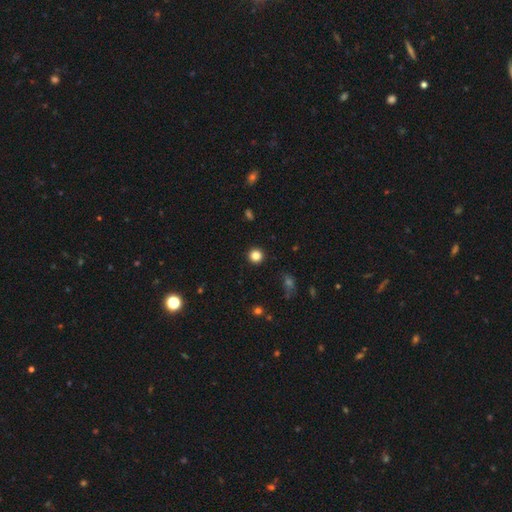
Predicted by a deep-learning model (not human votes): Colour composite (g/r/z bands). It shows a smooth galaxy with no disk features (84%) that is round (95%). Merging: none (92%).